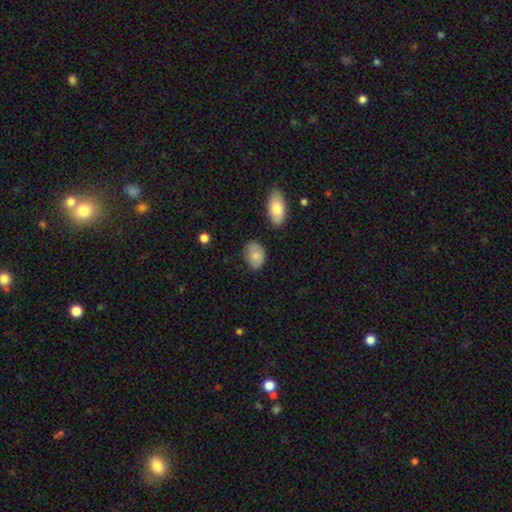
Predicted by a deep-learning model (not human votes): smooth_or_featured: smooth (p=0.78) [alt: featured or disk p=0.15]
how_rounded: in between (p=0.80) [alt: round p=0.18]
merging: none (p=0.73) [alt: minor disturbance p=0.20]